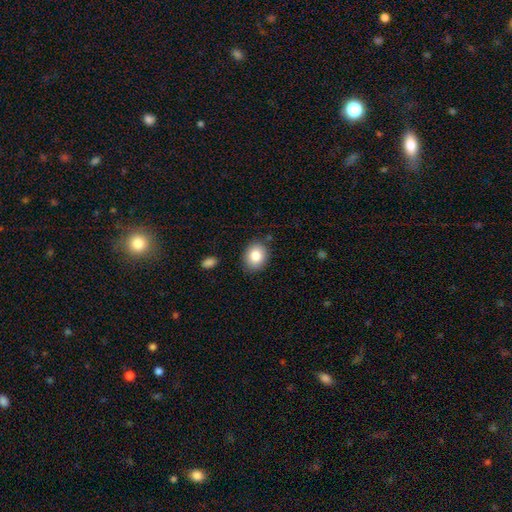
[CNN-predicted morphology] This appears to be a smooth galaxy with no disk features (85%) that is round (51%). Merging: none (84%).